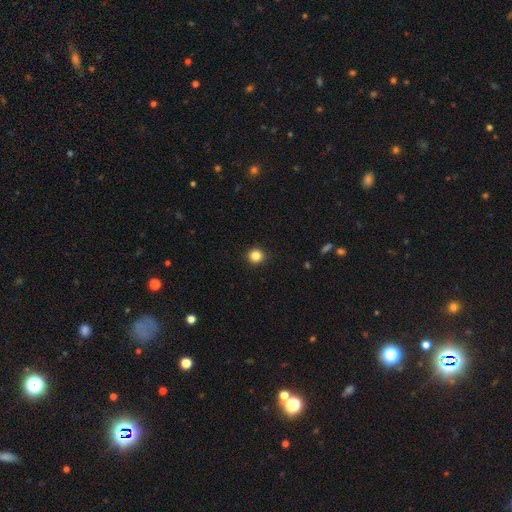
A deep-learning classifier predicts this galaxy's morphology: A smooth galaxy with no disk features (84%) that is round (92%).

Vote fractions:
- Smooth or featured? smooth: 84% / star or artifact: 12% / featured or disk: 4%
- How rounded? round: 92% / in between: 7% / cigar-shaped: 1%
- Merging? none: 92% / minor disturbance: 5% / major disturbance: 2% / merger: 1%